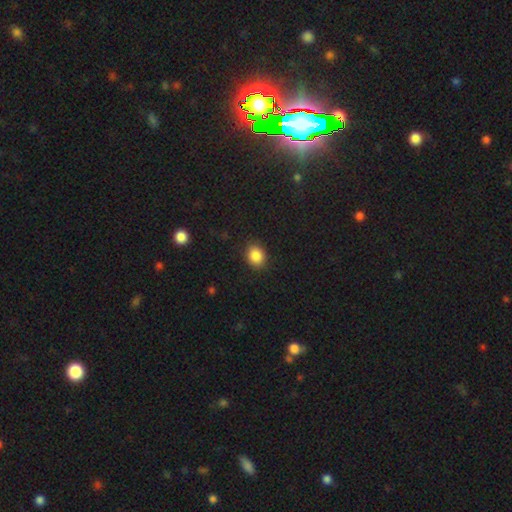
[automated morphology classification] Overall: smooth (86%). How rounded: round (55%; in between 44%). Merging: none (88%).